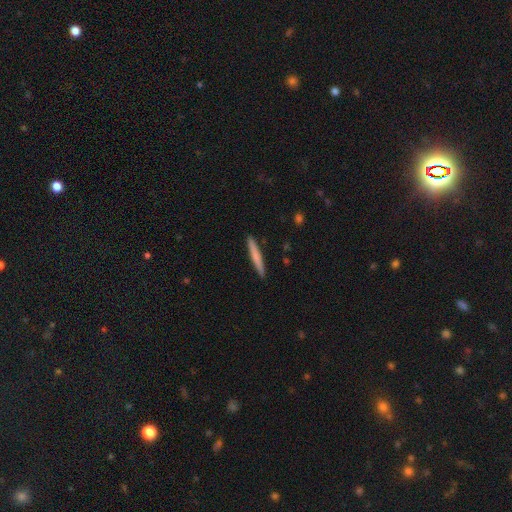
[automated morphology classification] Overall: smooth (69%). How rounded: cigar-shaped (96%). Merging: none (91%).